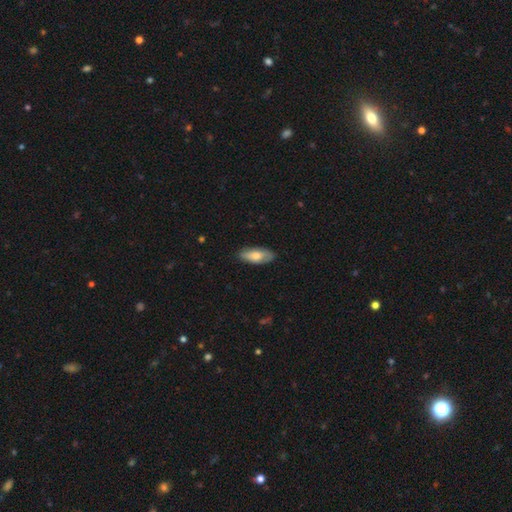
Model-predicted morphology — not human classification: A smooth galaxy with no disk features (69%) that is in between round and cigar-shaped (85%). Merging: none (82%).